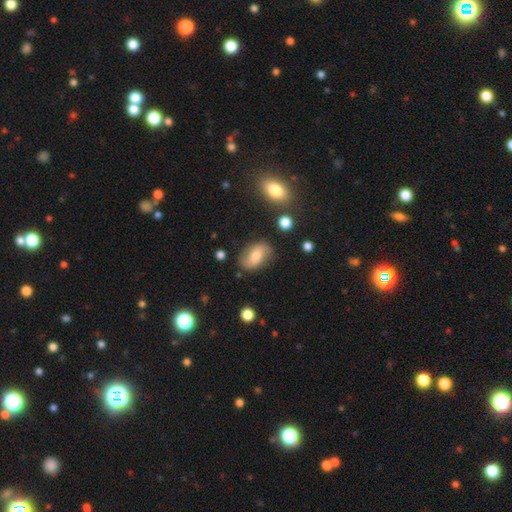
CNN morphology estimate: smooth-or-featured: smooth: 46% | featured or disk: 45% | star or artifact: 9%
  merging: none: 74% | minor disturbance: 18% | major disturbance: 6% | merger: 3%